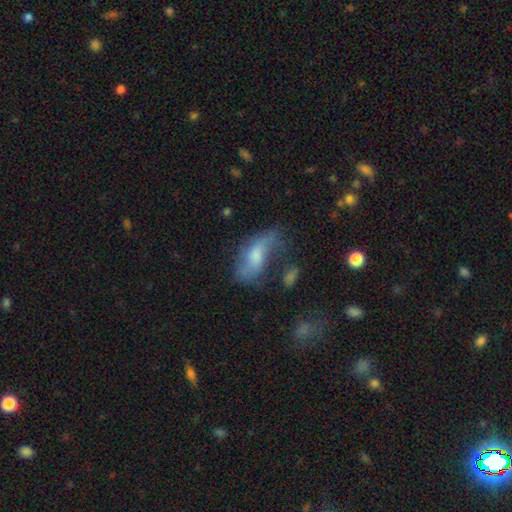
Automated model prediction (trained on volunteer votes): smooth-or-featured: featured or disk: 45% | smooth: 44% | star or artifact: 11%
  merging: none: 43% | minor disturbance: 28% | major disturbance: 22% | merger: 7%